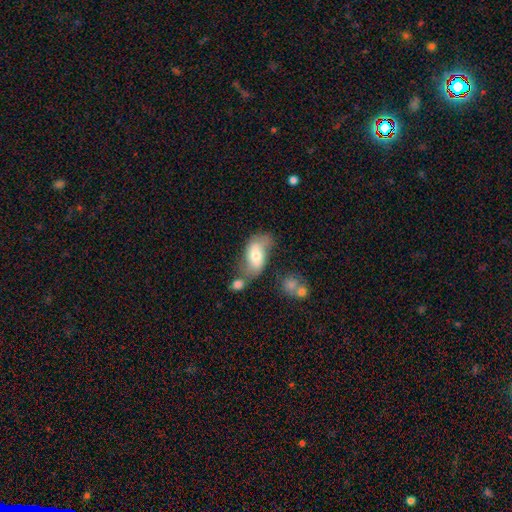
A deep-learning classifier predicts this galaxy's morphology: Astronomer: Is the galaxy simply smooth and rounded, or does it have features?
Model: smooth — 56% (runner-up: featured or disk, 37%).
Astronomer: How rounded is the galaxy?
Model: in between — 91%.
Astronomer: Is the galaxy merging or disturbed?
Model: none — 42% (runner-up: minor disturbance, 24%).